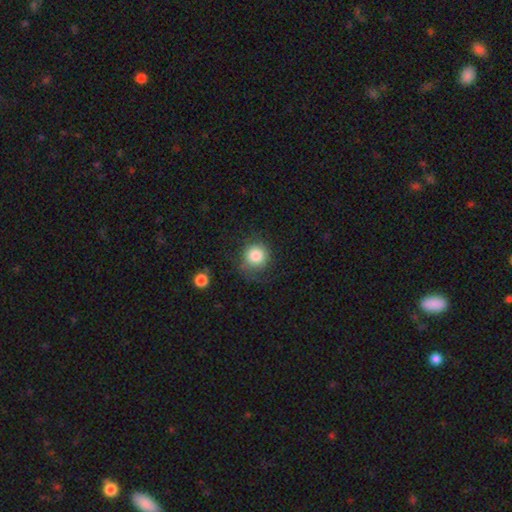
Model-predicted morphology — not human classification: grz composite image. It shows a smooth galaxy with no disk features (82%) that is round (90%). Merging: none (65%).